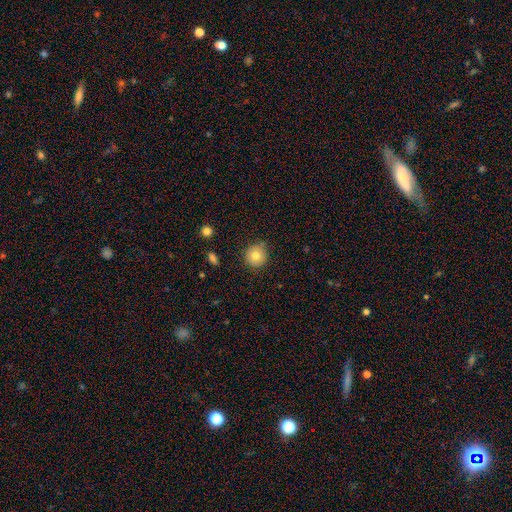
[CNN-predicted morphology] This appears to be a smooth galaxy with no disk features (78%) that is round (93%). Merging: none (81%).